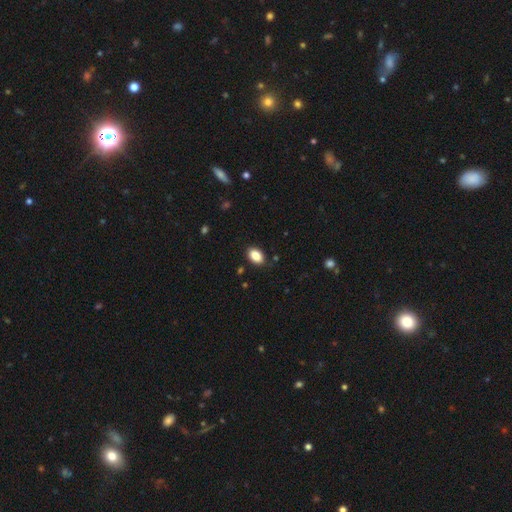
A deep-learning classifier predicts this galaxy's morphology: Smooth or featured?
  - smooth: 87% *
  - star or artifact: 8%
  - featured or disk: 5%
How rounded?
  - in between: 89% *
  - round: 9%
  - cigar-shaped: 1%
Merging?
  - none: 88% *
  - minor disturbance: 9%
  - major disturbance: 2%
  - merger: 1%